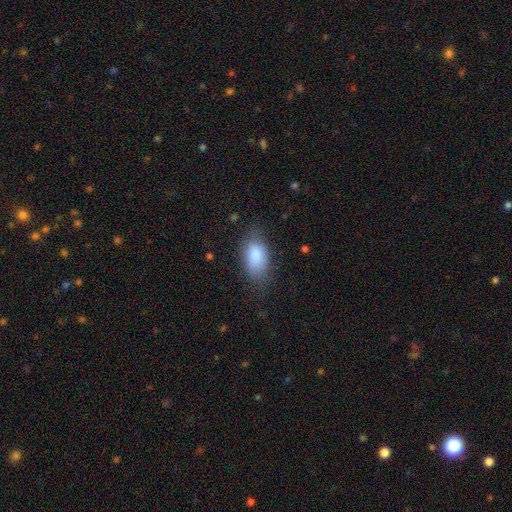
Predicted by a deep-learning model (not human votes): A smooth galaxy with no disk features (85%) that is in between round and cigar-shaped (91%). Merging: none (66%).